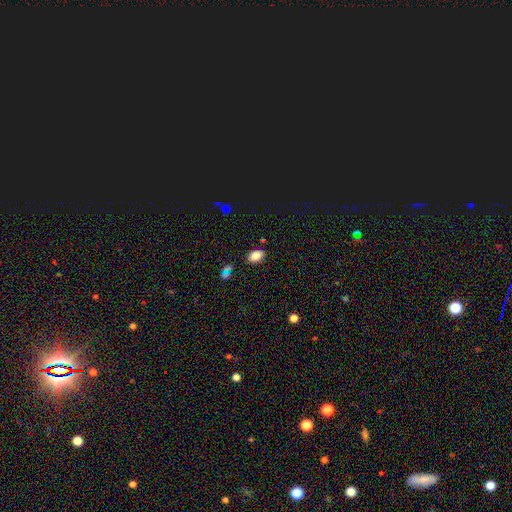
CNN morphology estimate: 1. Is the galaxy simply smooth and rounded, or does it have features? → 84% smooth, 11% star or artifact, 5% featured or disk.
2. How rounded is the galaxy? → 87% in between, 12% round, 2% cigar-shaped.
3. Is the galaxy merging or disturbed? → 84% none, 11% minor disturbance, 3% merger, 3% major disturbance.